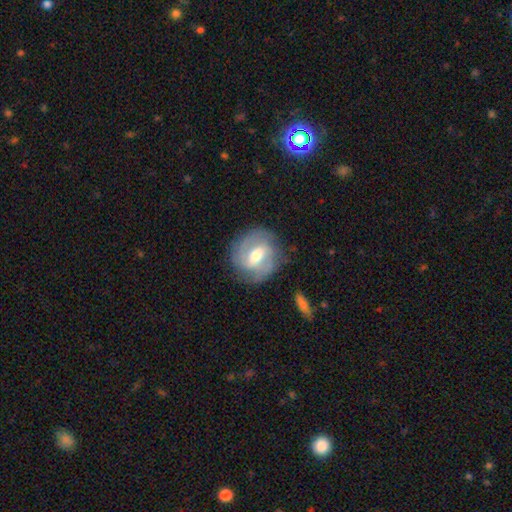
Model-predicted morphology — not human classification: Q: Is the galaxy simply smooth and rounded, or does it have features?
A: featured or disk — 74%.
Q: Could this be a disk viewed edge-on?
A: no — 96%.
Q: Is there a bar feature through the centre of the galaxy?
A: weak — 50%.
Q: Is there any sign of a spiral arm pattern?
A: yes — 86%.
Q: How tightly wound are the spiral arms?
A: tight — 44%.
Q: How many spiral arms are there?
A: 2 — 67%.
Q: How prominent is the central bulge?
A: moderate — 69%.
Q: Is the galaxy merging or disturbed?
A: none — 77%.